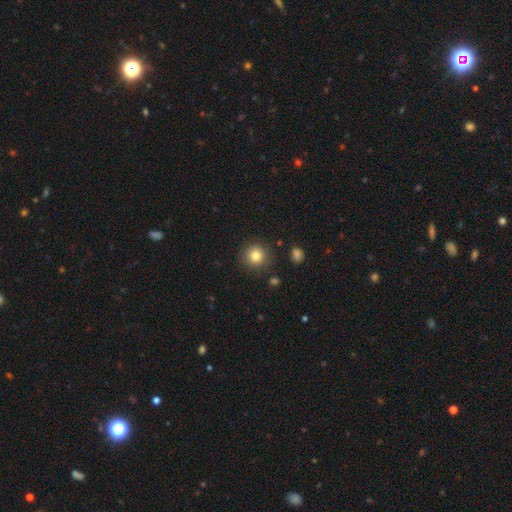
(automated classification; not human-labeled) A smooth galaxy with no disk features (81%) that is round (94%). Merging: none (88%).